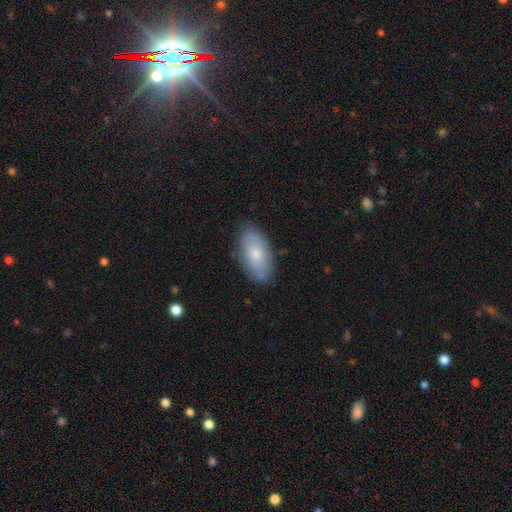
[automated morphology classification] smooth-or-featured: smooth: 70% | featured or disk: 24% | star or artifact: 6%
  how-rounded: in between: 93% | cigar-shaped: 4% | round: 3%
  merging: none: 82% | minor disturbance: 13% | major disturbance: 3% | merger: 1%